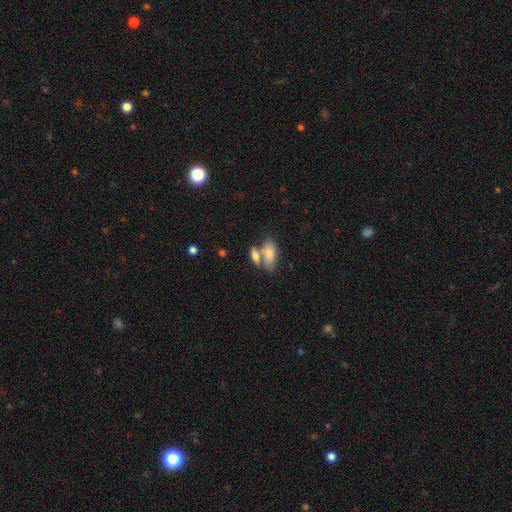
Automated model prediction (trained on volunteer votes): A smooth galaxy with no disk features (49%).

Vote fractions:
- Smooth or featured? smooth: 49% / featured or disk: 26% / star or artifact: 25%
- Merging? none: 51% / merger: 28% / minor disturbance: 12% / major disturbance: 8%